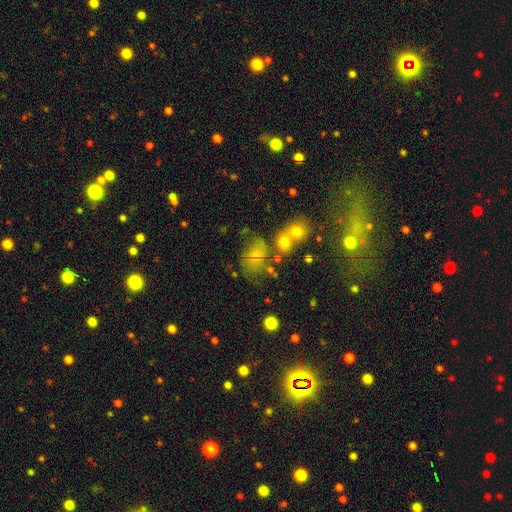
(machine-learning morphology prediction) smooth 61%, featured or disk 23%, star or artifact 15%. Down the decision tree: how rounded — in between (69%); merging — none (36%).